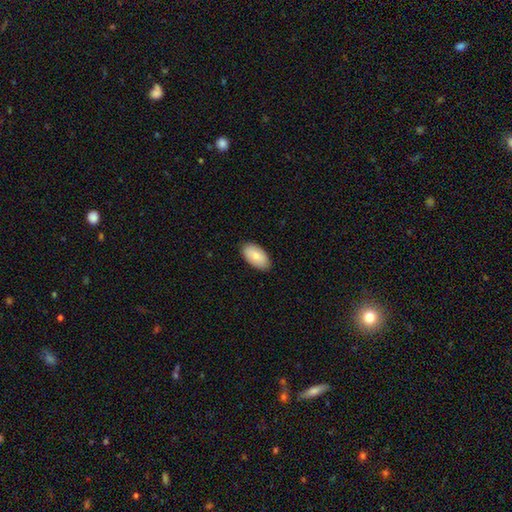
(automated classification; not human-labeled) The model was most divided on "smooth or featured": smooth: 81%, featured or disk: 13%, star or artifact: 6%. More confident: how rounded — in between (95%); merging — none (86%).